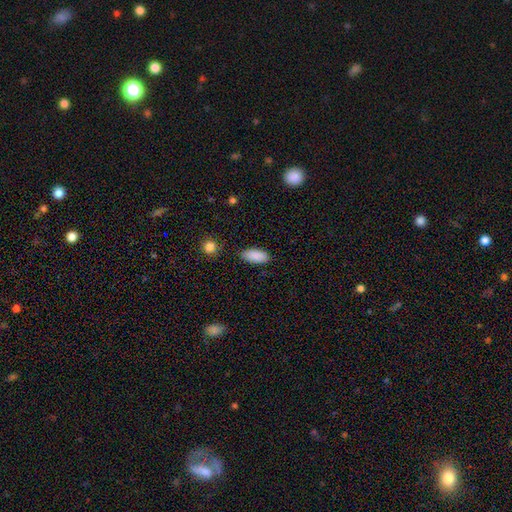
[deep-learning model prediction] Smooth or featured? smooth (89%)
How rounded? in between (89%)
Merging? none (85%)